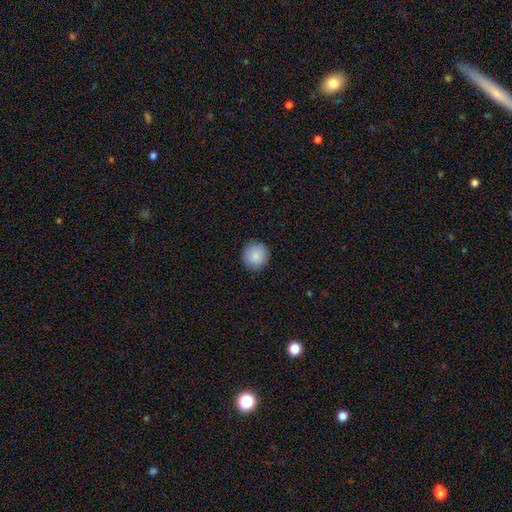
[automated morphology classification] Smooth or featured? Predicted: smooth (p=0.88). How rounded? Predicted: round (p=0.94). Merging? Predicted: none (p=0.91).